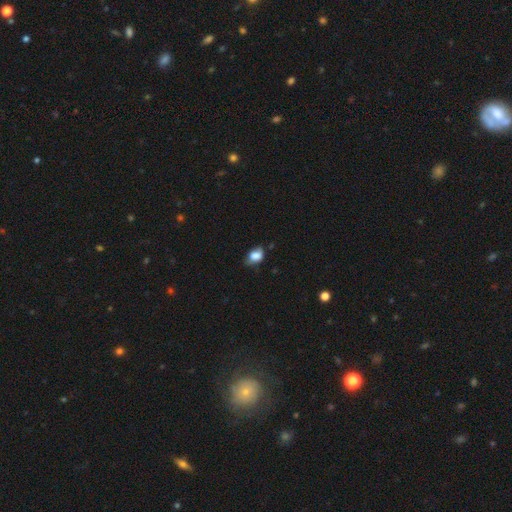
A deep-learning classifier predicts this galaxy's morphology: This is likely a smooth galaxy (80%). How rounded: likely in between (75%). Merging: possibly none (49%).